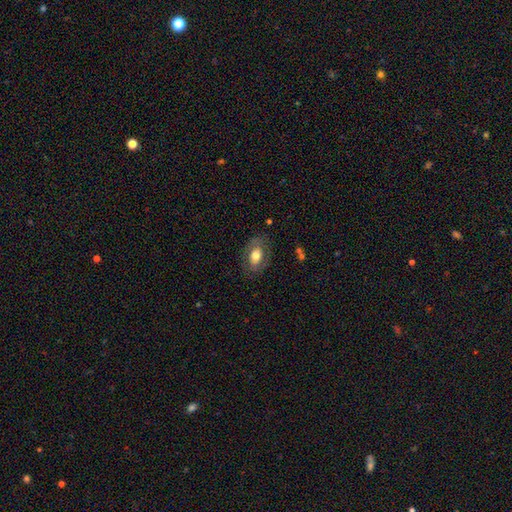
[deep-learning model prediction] Overall: smooth (55%; featured or disk 38%). How rounded: in between (85%). Merging: none (76%).